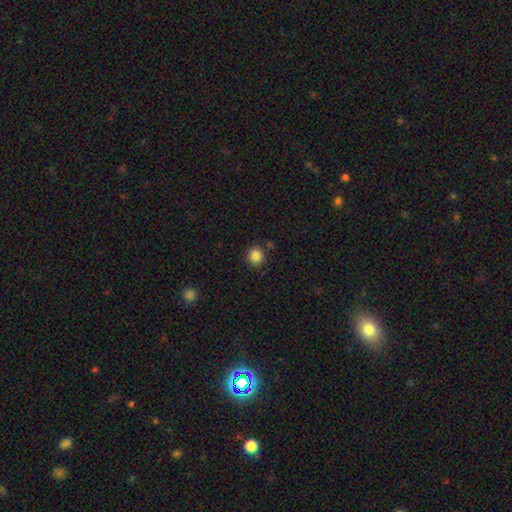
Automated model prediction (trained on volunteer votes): Q: Smooth or featured?
A: smooth (85%); runner-up: star or artifact (11%)
Q: How rounded?
A: round (91%); runner-up: in between (8%)
Q: Merging?
A: none (85%); runner-up: minor disturbance (8%)